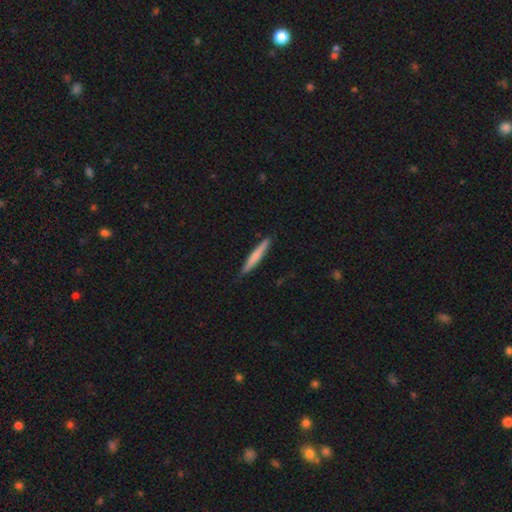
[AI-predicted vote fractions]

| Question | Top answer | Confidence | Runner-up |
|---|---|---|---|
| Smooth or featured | smooth | 68% | featured or disk (27%) |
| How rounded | cigar-shaped | 95% | in between (3%) |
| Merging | none | 88% | minor disturbance (10%) |